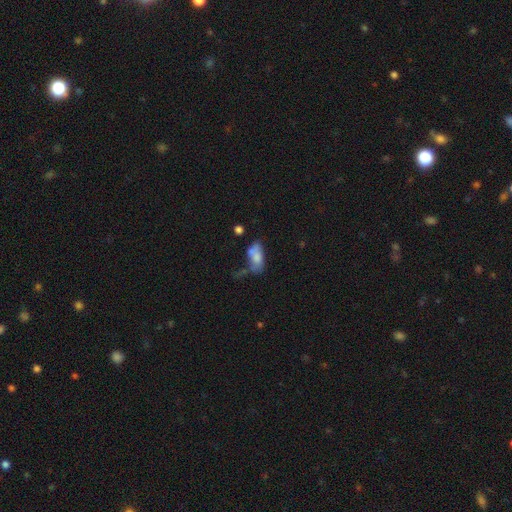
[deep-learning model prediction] This appears to be a smooth galaxy with no disk features (66%) that is in between round and cigar-shaped (86%). Merging: merger (27%, tied with none).